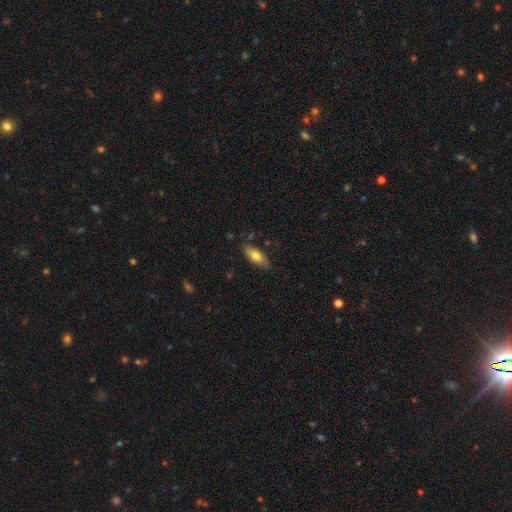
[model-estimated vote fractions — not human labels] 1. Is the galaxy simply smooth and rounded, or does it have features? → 71% smooth, 22% featured or disk, 6% star or artifact.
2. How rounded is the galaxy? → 71% in between, 27% cigar-shaped, 2% round.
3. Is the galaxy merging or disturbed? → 78% none, 17% minor disturbance, 3% major disturbance, 2% merger.